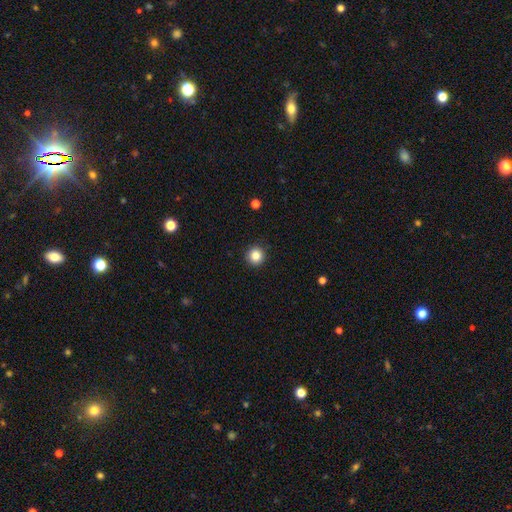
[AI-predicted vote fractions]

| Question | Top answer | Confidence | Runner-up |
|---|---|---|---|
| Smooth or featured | smooth | 84% | star or artifact (11%) |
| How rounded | round | 95% | in between (4%) |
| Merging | none | 92% | minor disturbance (5%) |